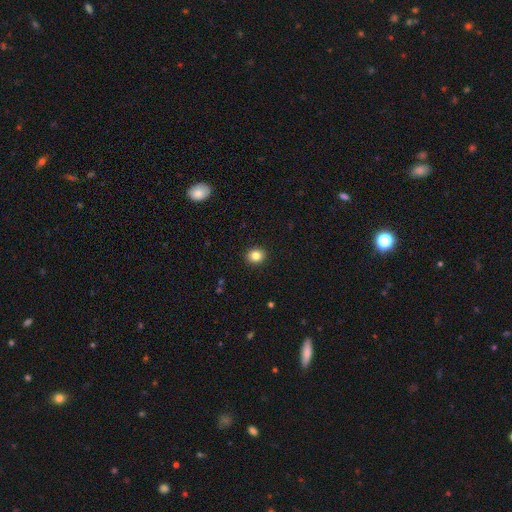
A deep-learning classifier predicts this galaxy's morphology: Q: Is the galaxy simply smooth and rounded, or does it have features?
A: smooth — 84%.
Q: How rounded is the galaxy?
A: round — 72%.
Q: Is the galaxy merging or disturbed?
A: none — 92%.